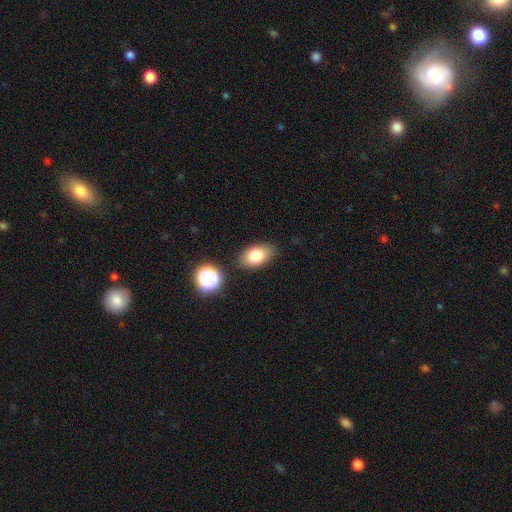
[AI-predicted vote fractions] Smooth or featured?
  - smooth: 80% *
  - featured or disk: 11%
  - star or artifact: 10%
How rounded?
  - in between: 85% *
  - round: 13%
  - cigar-shaped: 2%
Merging?
  - none: 80% *
  - minor disturbance: 13%
  - merger: 4%
  - major disturbance: 3%